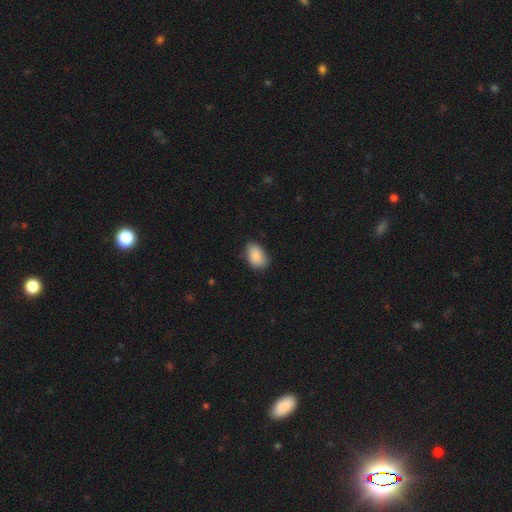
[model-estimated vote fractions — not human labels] Q: Smooth or featured?
A: smooth (88%); runner-up: star or artifact (7%)
Q: How rounded?
A: in between (90%); runner-up: round (9%)
Q: Merging?
A: none (73%); runner-up: minor disturbance (22%)